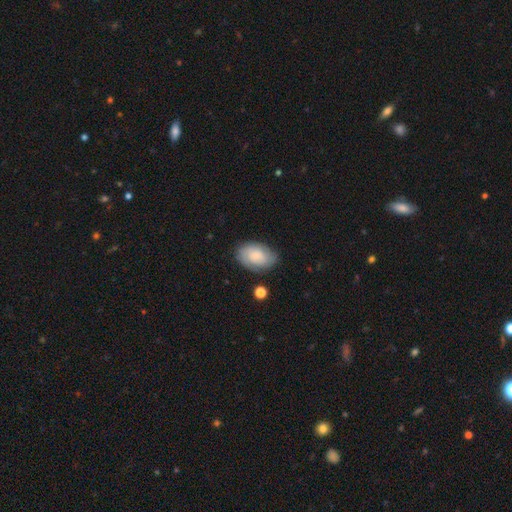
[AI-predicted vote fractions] Smooth or featured?
  - smooth: 60% *
  - featured or disk: 32%
  - star or artifact: 8%
How rounded?
  - in between: 88% *
  - round: 10%
  - cigar-shaped: 1%
Merging?
  - none: 76% *
  - minor disturbance: 17%
  - major disturbance: 5%
  - merger: 2%